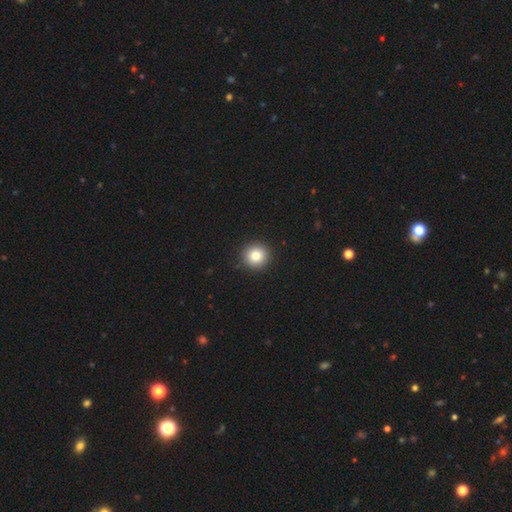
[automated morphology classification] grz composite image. It shows a smooth galaxy with no disk features (84%) that is round (94%). Merging: none (92%).